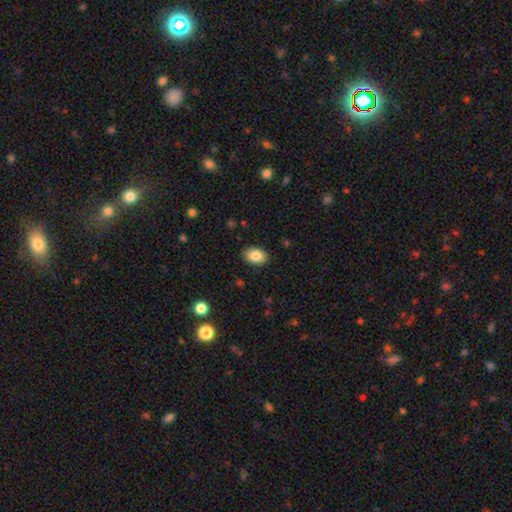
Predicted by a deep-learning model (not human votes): smooth 86%, star or artifact 8%, featured or disk 6%. Down the decision tree: how rounded — in between (85%); merging — none (88%).